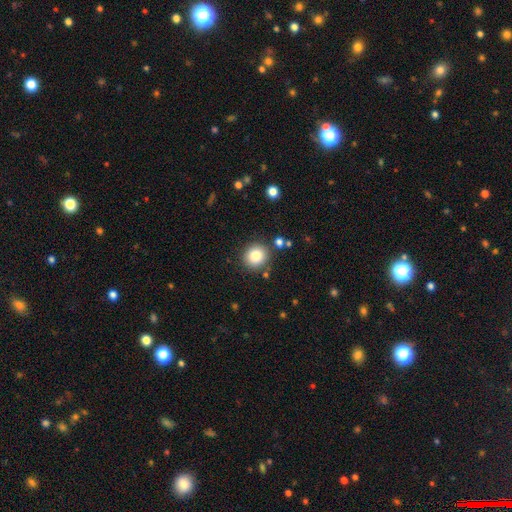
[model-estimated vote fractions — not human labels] smooth_or_featured: smooth (p=0.83) [alt: star or artifact p=0.10]
how_rounded: round (p=0.89) [alt: in between p=0.10]
merging: none (p=0.85) [alt: minor disturbance p=0.08]